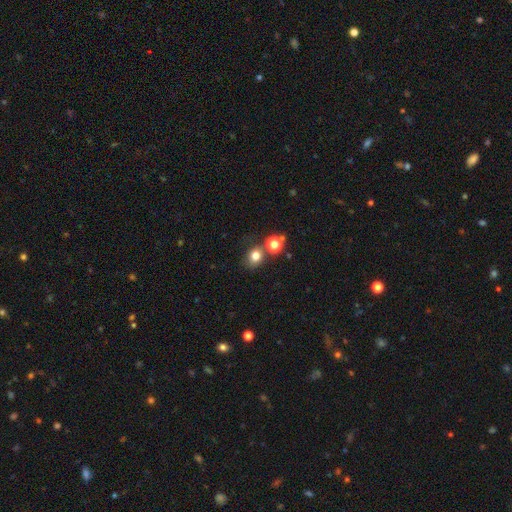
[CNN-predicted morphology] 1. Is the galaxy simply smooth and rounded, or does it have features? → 77% smooth, 16% star or artifact, 7% featured or disk.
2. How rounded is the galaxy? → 66% round, 33% in between, 1% cigar-shaped.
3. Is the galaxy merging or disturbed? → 65% none, 18% merger, 12% minor disturbance, 5% major disturbance.